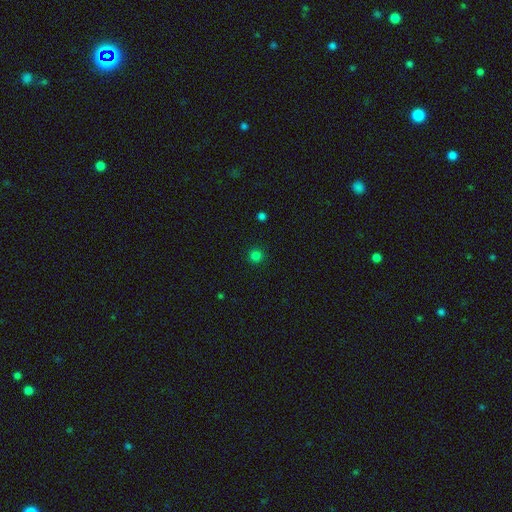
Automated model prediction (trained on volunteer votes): Morphology: type=smooth (80%); roundness=round (95%); merging=none (91%).